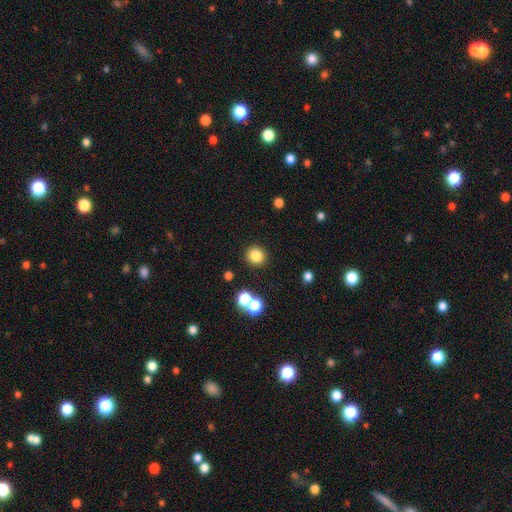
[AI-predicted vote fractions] Overall: smooth (82%). How rounded: round (88%). Merging: none (87%).